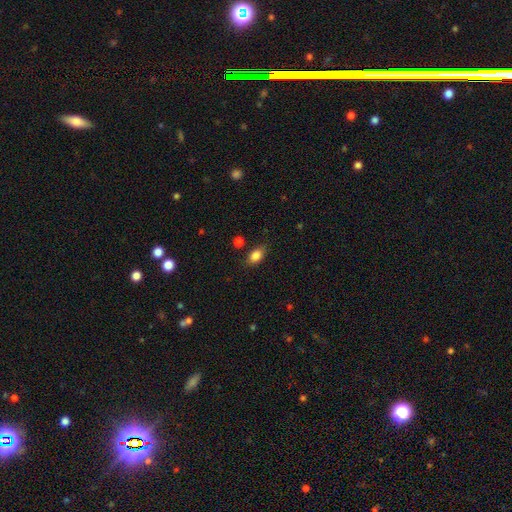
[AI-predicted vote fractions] Q: Smooth or featured?
A: smooth (85%); runner-up: star or artifact (9%)
Q: How rounded?
A: in between (85%); runner-up: round (12%)
Q: Merging?
A: none (80%); runner-up: minor disturbance (14%)